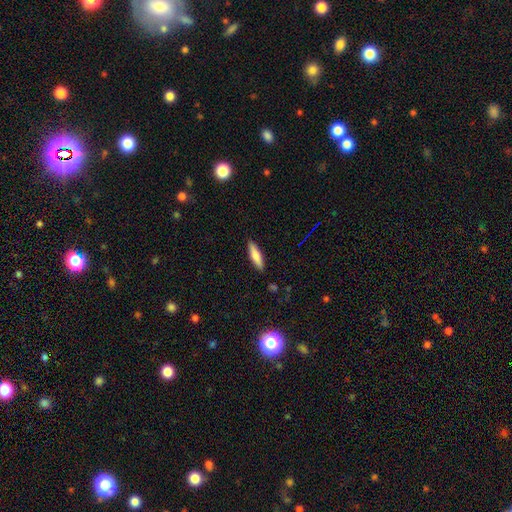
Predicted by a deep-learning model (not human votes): This is likely a smooth galaxy (74%). How rounded: likely cigar-shaped (73%). Merging: clearly none (90%).